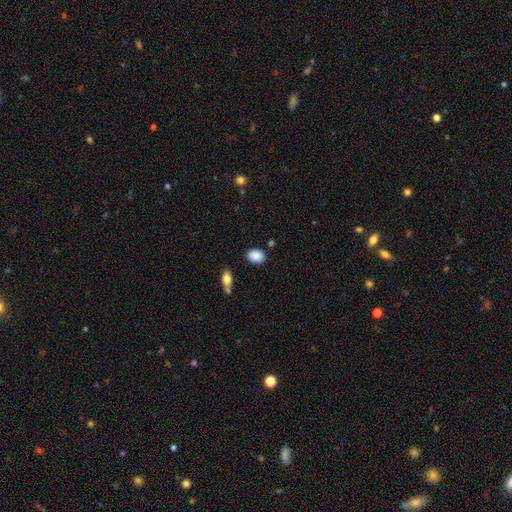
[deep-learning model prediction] This appears to be a smooth galaxy with no disk features (89%) that is in between round and cigar-shaped (74%). Merging: none (83%).